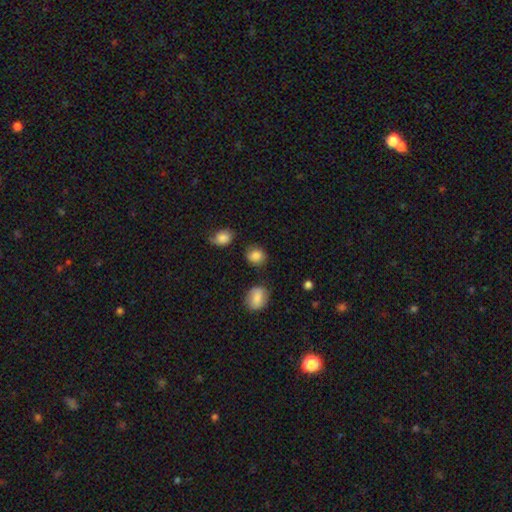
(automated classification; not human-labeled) This is clearly a smooth galaxy (84%). How rounded: likely round (68%). Merging: likely none (79%).